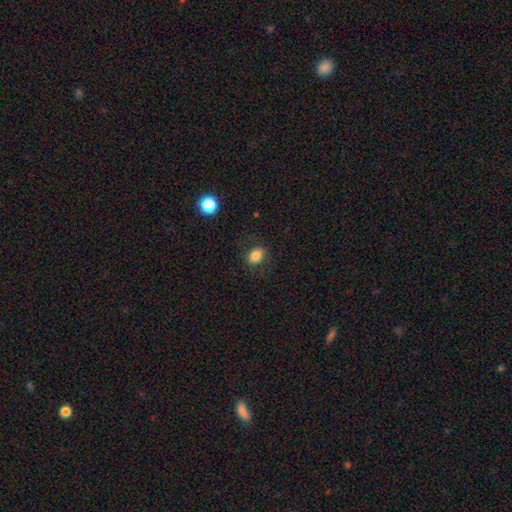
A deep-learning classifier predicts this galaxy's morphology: smooth 81%, star or artifact 10%, featured or disk 9%. Down the decision tree: how rounded — in between (64%); merging — none (79%).